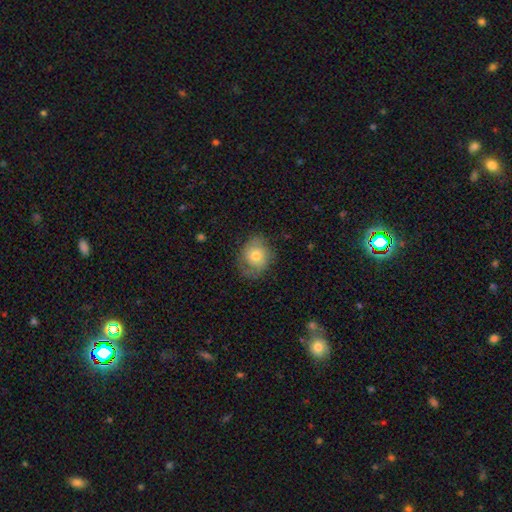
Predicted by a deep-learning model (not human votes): This appears to be a smooth galaxy with no disk features (57%) that is round (65%). Merging: none (62%).